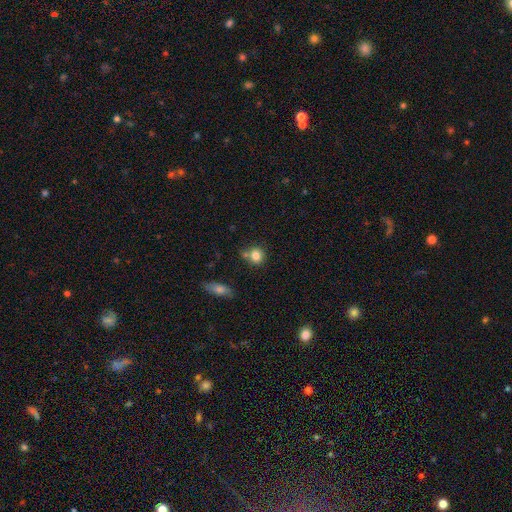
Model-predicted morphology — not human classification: type=smooth (82%); roundness=round (80%); merging=none (62%).